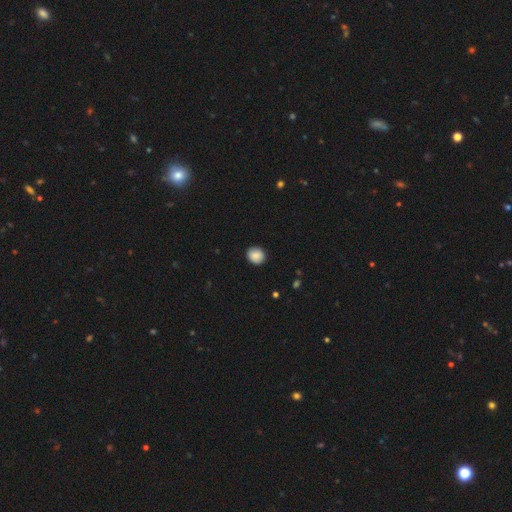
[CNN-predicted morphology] A smooth galaxy with no disk features (87%) that is round (82%). Merging: none (89%).